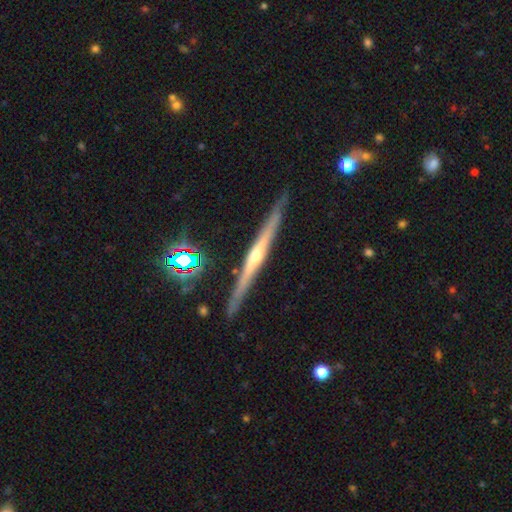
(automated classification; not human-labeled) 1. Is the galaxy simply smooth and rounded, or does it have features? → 82% featured or disk, 12% smooth, 6% star or artifact.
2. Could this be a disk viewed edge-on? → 98% yes, 2% no.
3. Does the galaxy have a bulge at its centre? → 78% rounded, 18% none, 4% boxy.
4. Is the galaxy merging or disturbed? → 90% none, 7% minor disturbance, 2% merger, 1% major disturbance.